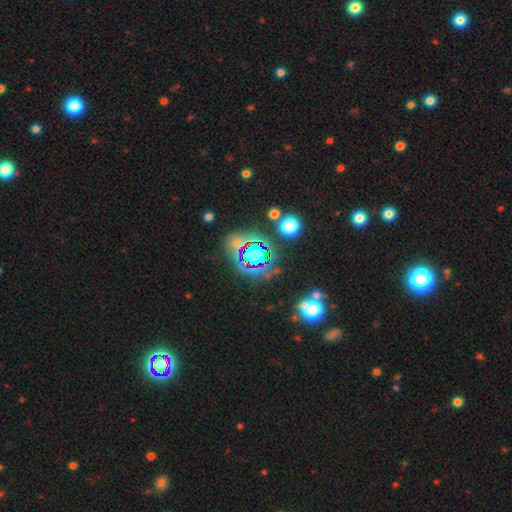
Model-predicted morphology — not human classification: Smooth or featured: star or artifact — 65% (smooth — 23%)